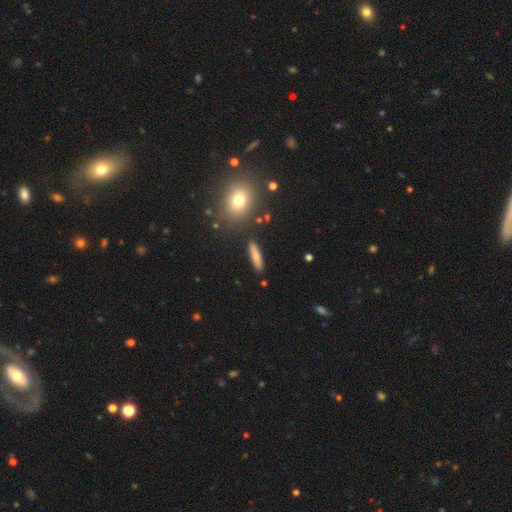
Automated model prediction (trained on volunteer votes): smooth_or_featured: smooth (p=0.79) [alt: featured or disk p=0.14]
how_rounded: cigar-shaped (p=0.81) [alt: in between p=0.16]
merging: none (p=0.88) [alt: minor disturbance p=0.08]